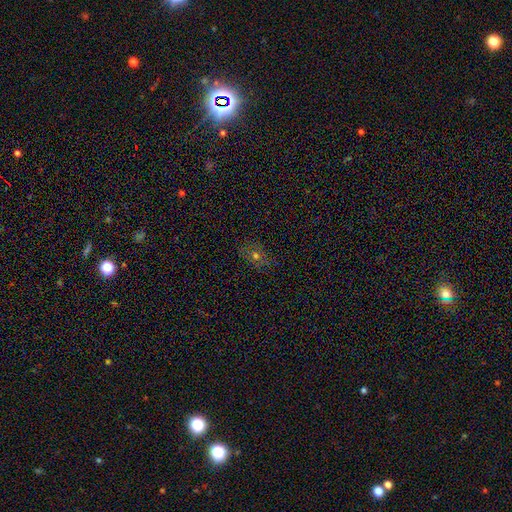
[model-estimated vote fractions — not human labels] smooth_or_featured: smooth (p=0.43) [alt: star or artifact p=0.34]
merging: none (p=0.80) [alt: minor disturbance p=0.14]